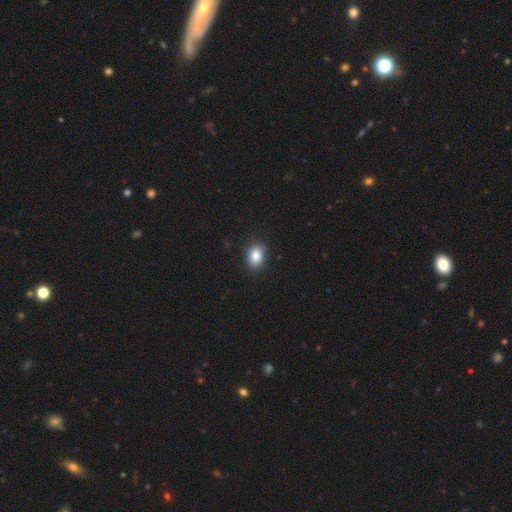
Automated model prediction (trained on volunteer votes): Smooth or featured? Predicted: smooth (p=0.86). How rounded? Predicted: in between (p=0.64). Merging? Predicted: none (p=0.85).